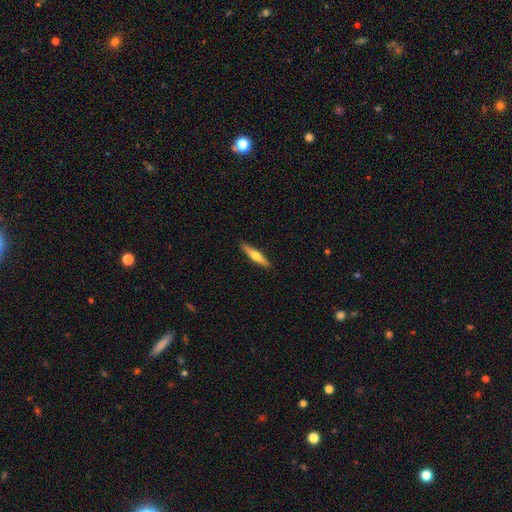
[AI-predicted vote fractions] A featured or disk galaxy (48%). Merging: none (90%).